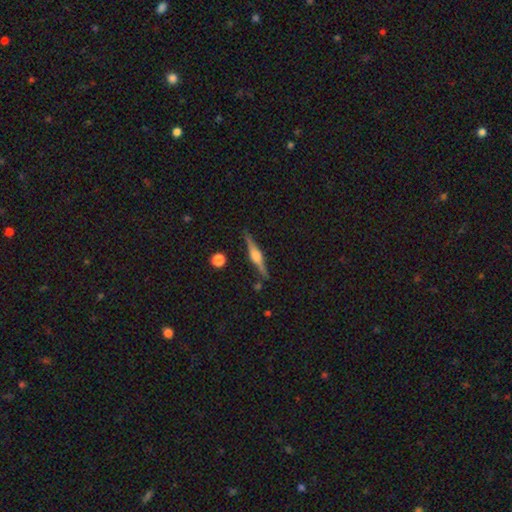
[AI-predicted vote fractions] The model was most divided on "smooth or featured": featured or disk: 80%, smooth: 14%, star or artifact: 6%. More confident: edge-on disk — yes (98%); merging — none (88%); edge-on bulge — rounded (88%).